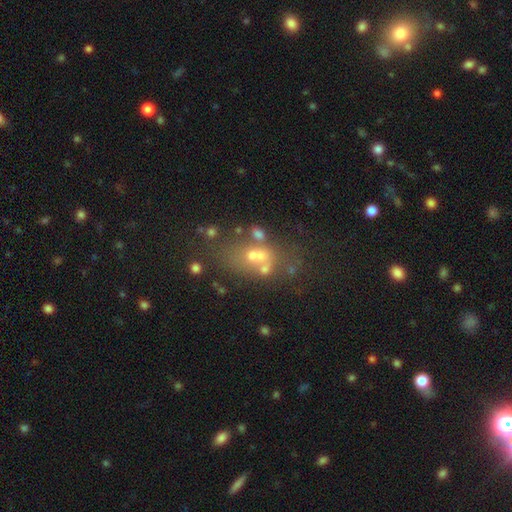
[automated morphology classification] smooth_or_featured: smooth (p=0.42) [alt: featured or disk p=0.34]
merging: merger (p=0.36) [alt: none p=0.33]